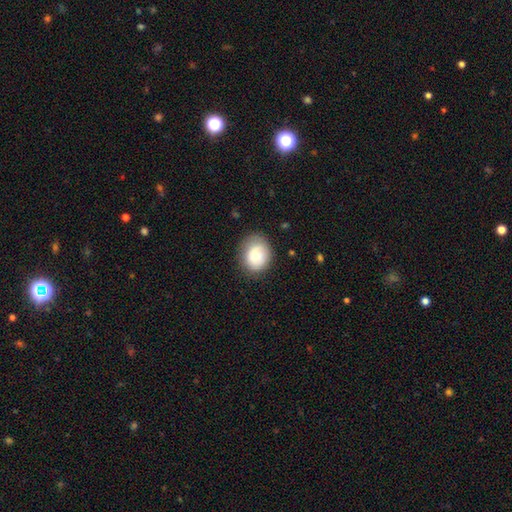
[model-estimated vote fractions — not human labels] Smooth or featured: smooth — 78% (featured or disk — 15%)
How rounded: round — 54% (in between — 45%)
Merging: none — 77% (minor disturbance — 17%)